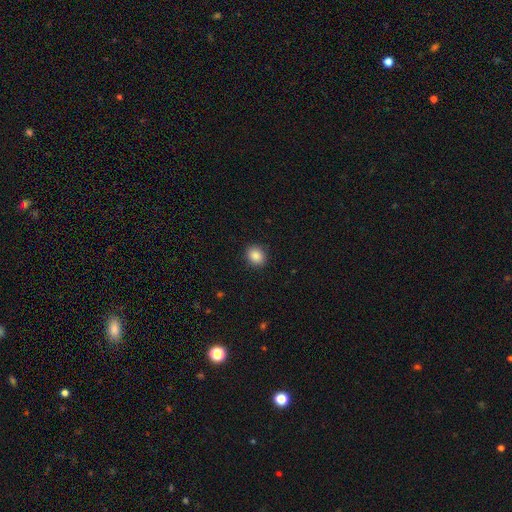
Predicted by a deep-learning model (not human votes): Smooth or featured? Predicted: smooth (p=0.88). How rounded? Predicted: round (p=0.62). Merging? Predicted: none (p=0.89).